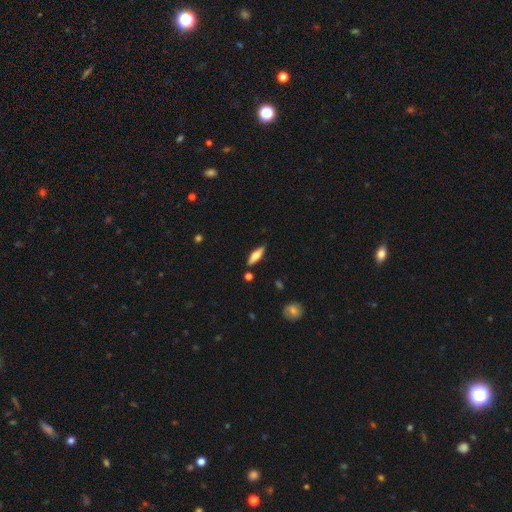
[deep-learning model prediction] The model was most divided on "smooth or featured": smooth: 55%, featured or disk: 39%, star or artifact: 6%. More confident: merging — none (86%); how rounded — cigar-shaped (58%).